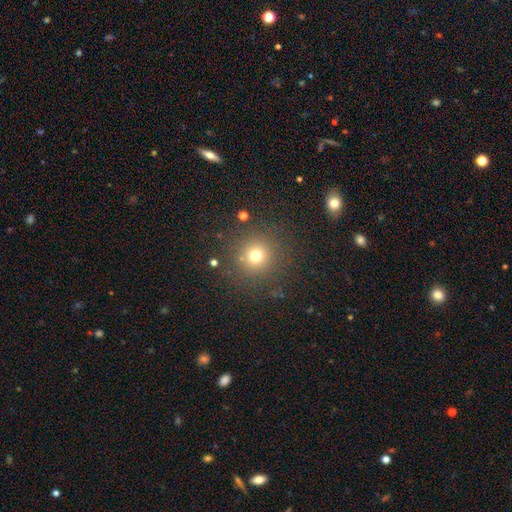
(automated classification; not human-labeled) This appears to be a smooth galaxy with no disk features (72%) that is round (95%). Merging: none (87%).